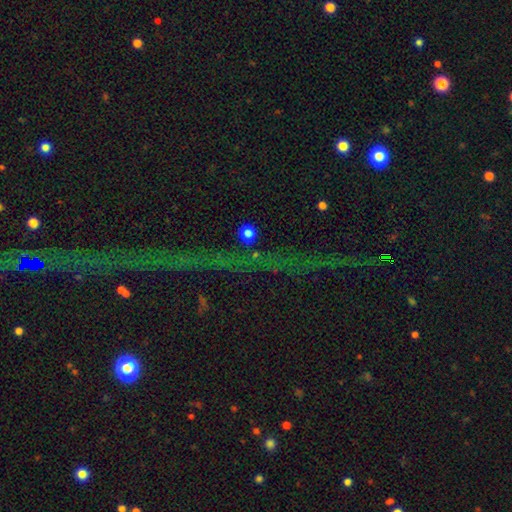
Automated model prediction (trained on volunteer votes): A star or artifact, not a galaxy (68%).